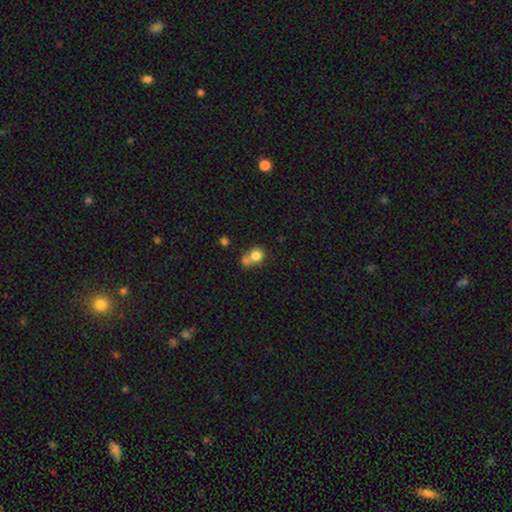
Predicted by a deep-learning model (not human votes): smooth_or_featured: smooth (p=0.79) [alt: featured or disk p=0.11]
how_rounded: round (p=0.76) [alt: in between p=0.23]
merging: merger (p=0.53) [alt: none p=0.34]